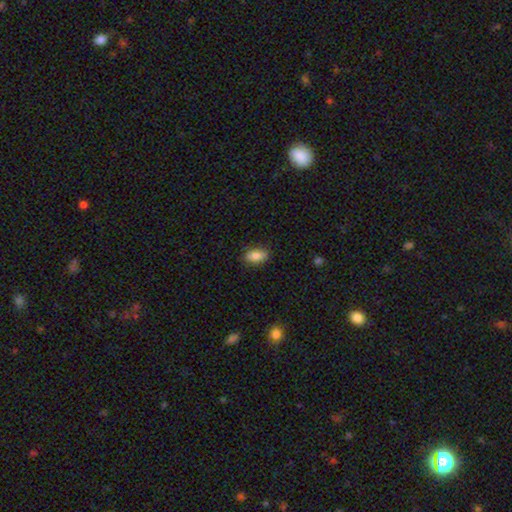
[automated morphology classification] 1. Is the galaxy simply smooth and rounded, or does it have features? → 84% smooth, 8% featured or disk, 8% star or artifact.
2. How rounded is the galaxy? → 90% in between, 6% round, 4% cigar-shaped.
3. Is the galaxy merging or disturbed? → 85% none, 11% minor disturbance, 2% major disturbance, 1% merger.